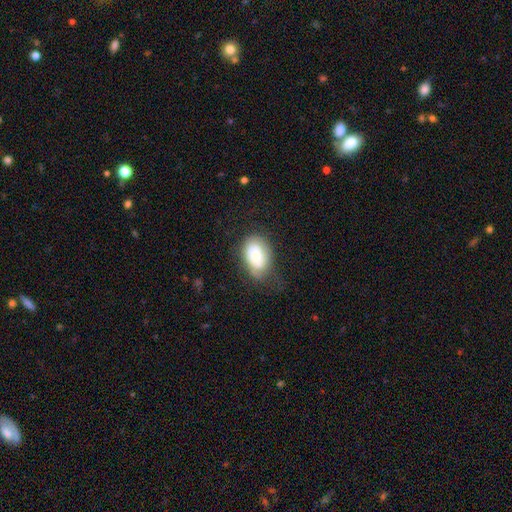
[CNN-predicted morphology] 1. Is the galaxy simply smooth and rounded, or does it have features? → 54% smooth, 39% featured or disk, 8% star or artifact.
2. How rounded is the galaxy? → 81% in between, 18% round, 1% cigar-shaped.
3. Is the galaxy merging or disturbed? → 59% none, 27% minor disturbance, 12% major disturbance, 2% merger.